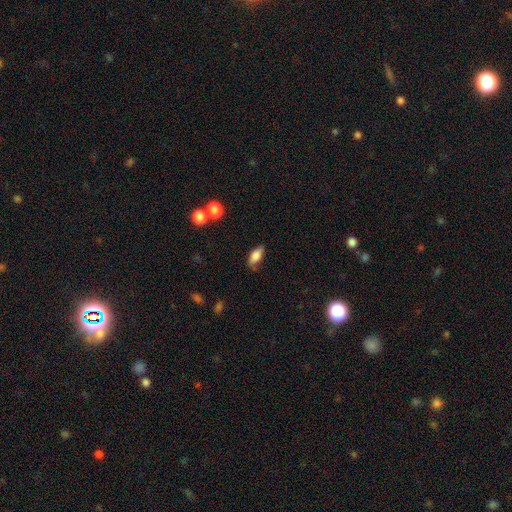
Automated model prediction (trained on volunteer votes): smooth_or_featured: smooth (p=0.78) [alt: featured or disk p=0.14]
how_rounded: in between (p=0.84) [alt: cigar-shaped p=0.12]
merging: none (p=0.71) [alt: minor disturbance p=0.22]